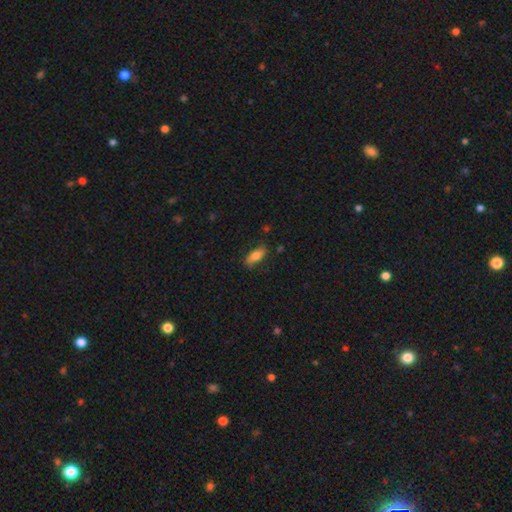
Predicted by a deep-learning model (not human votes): This is likely a smooth galaxy (71%). How rounded: likely in between (74%). Merging: likely none (76%).